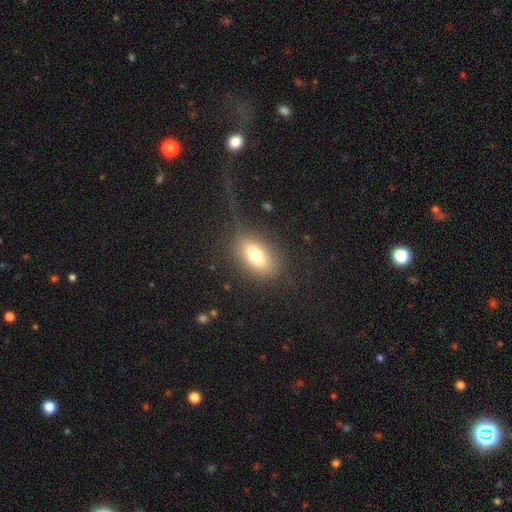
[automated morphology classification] The model was most divided on "smooth or featured": smooth: 72%, featured or disk: 18%, star or artifact: 10%. More confident: how rounded — in between (84%); merging — none (72%).